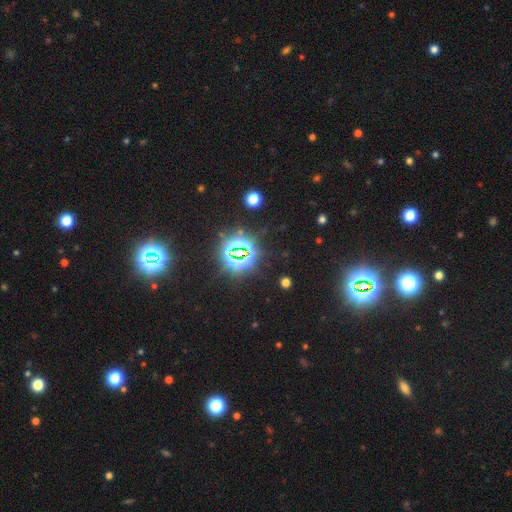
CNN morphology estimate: The model was most divided on "smooth or featured": star or artifact: 82%, smooth: 12%, featured or disk: 6%.